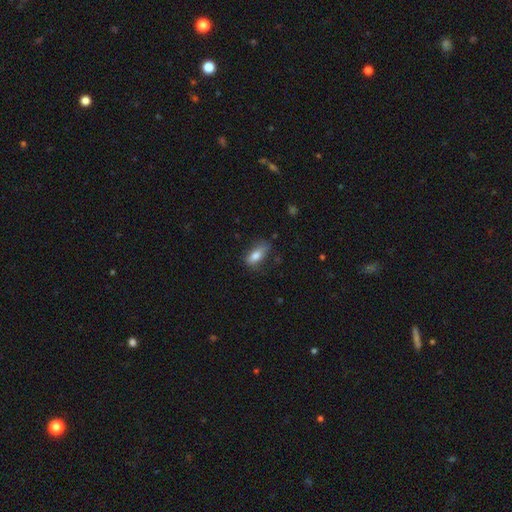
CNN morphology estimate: Q: Smooth or featured?
A: smooth (77%); runner-up: featured or disk (15%)
Q: How rounded?
A: in between (78%); runner-up: cigar-shaped (19%)
Q: Merging?
A: none (61%); runner-up: minor disturbance (28%)